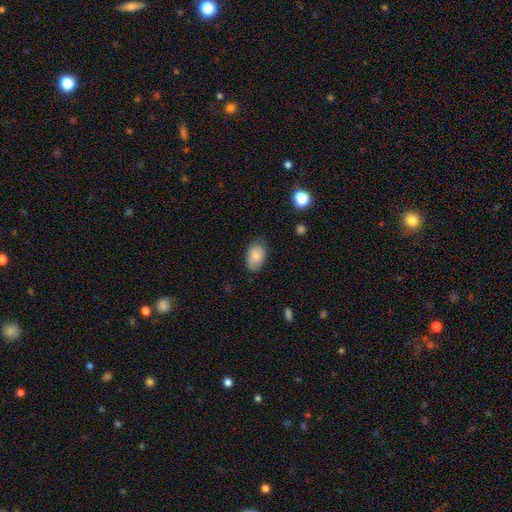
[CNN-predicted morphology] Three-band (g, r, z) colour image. It shows a smooth galaxy with no disk features (82%) that is in between round and cigar-shaped (90%). Merging: none (75%).